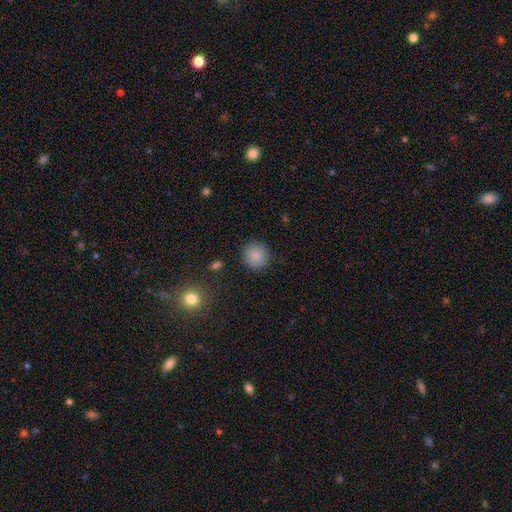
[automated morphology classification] The model was most divided on "smooth or featured": smooth: 87%, star or artifact: 9%, featured or disk: 4%. More confident: how rounded — round (93%); merging — none (89%).